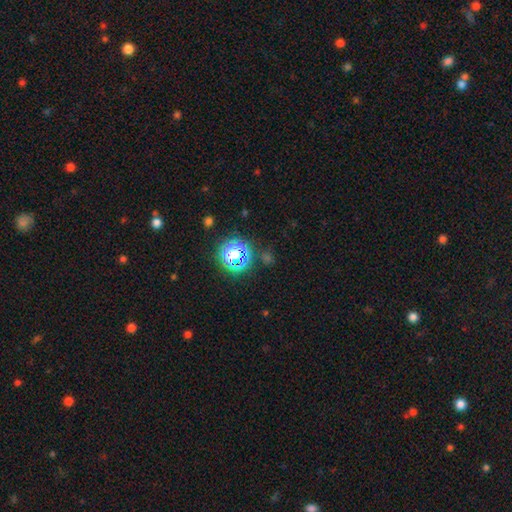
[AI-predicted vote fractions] smooth_or_featured: star or artifact (p=0.65) [alt: smooth p=0.29]